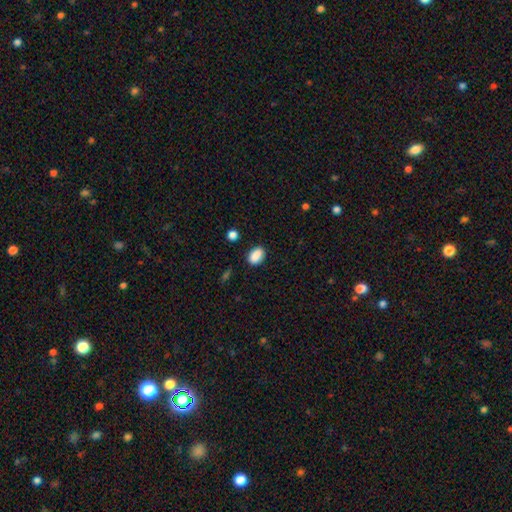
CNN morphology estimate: smooth_or_featured: smooth (p=0.88) [alt: star or artifact p=0.08]
how_rounded: in between (p=0.81) [alt: round p=0.17]
merging: none (p=0.83) [alt: minor disturbance p=0.12]